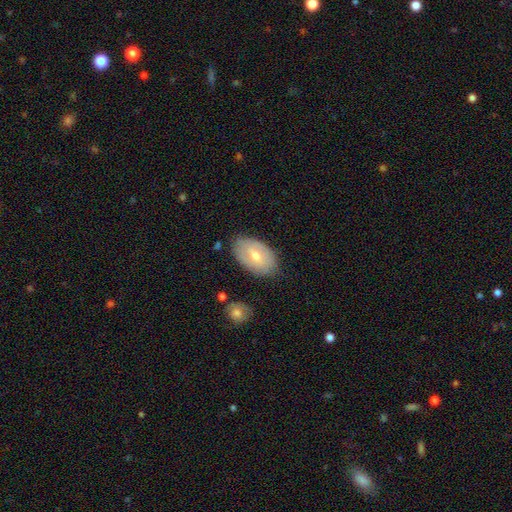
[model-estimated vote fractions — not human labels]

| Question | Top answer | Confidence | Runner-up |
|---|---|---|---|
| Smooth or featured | smooth | 54% | featured or disk (39%) |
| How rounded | in between | 92% | round (6%) |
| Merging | none | 77% | minor disturbance (17%) |